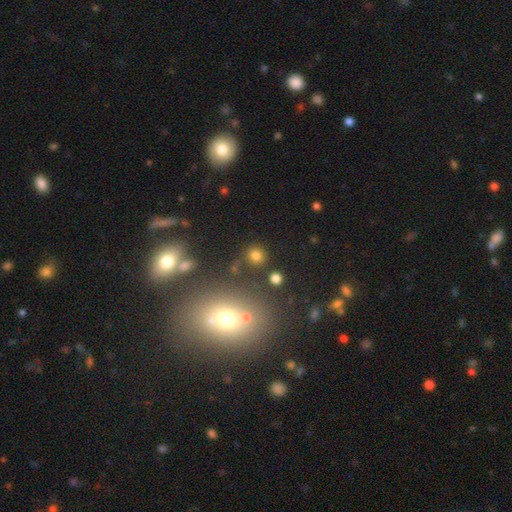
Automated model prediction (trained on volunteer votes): smooth 76%, star or artifact 18%, featured or disk 6%. Down the decision tree: how rounded — round (88%); merging — none (83%).